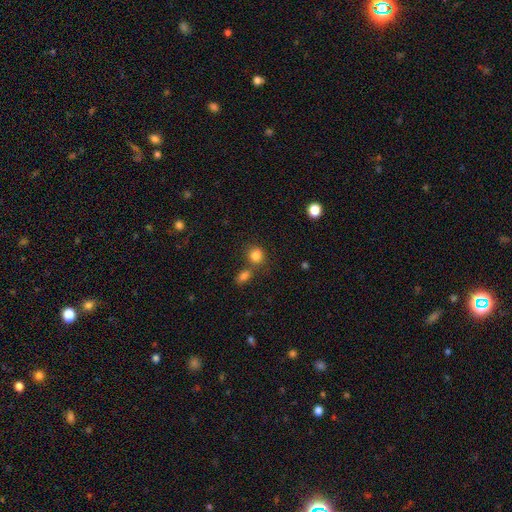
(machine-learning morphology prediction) A smooth galaxy with no disk features (83%) that is round (71%). Merging: none (59%).